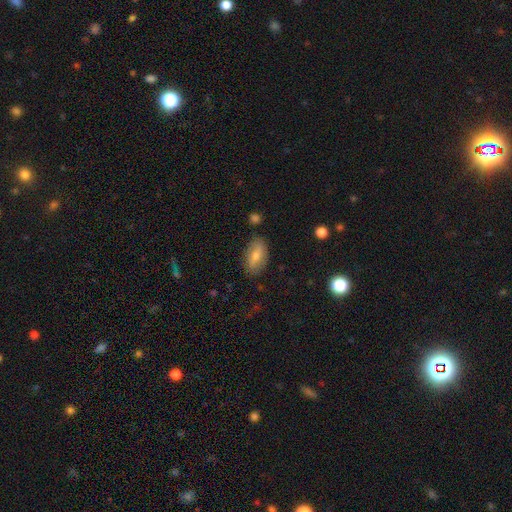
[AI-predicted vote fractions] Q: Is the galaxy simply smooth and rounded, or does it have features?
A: smooth — 66%.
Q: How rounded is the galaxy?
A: in between — 90%.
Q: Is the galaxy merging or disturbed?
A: none — 82%.